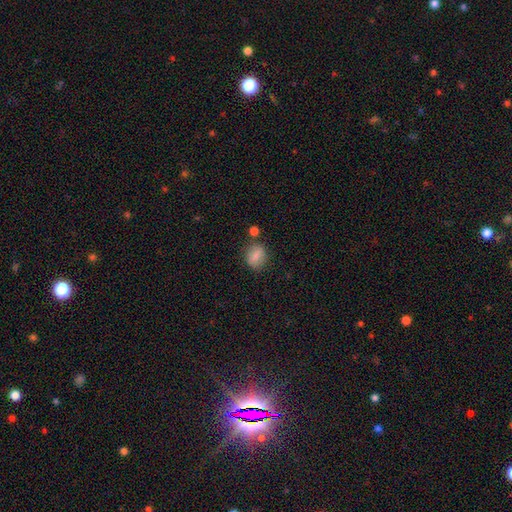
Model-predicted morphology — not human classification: type=smooth (82%); roundness=in between (50%); merging=none (75%).